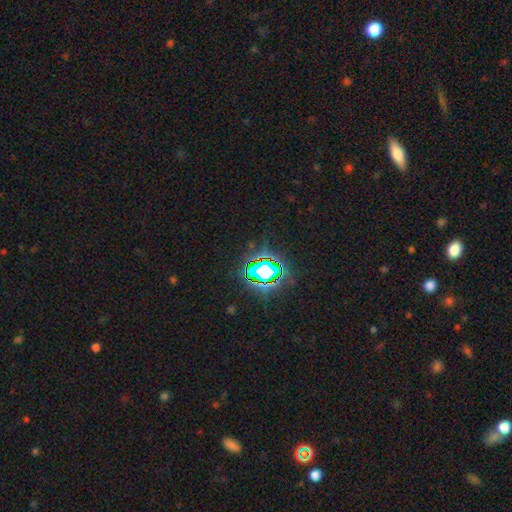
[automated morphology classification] Smooth or featured? Predicted: star or artifact (p=0.79).